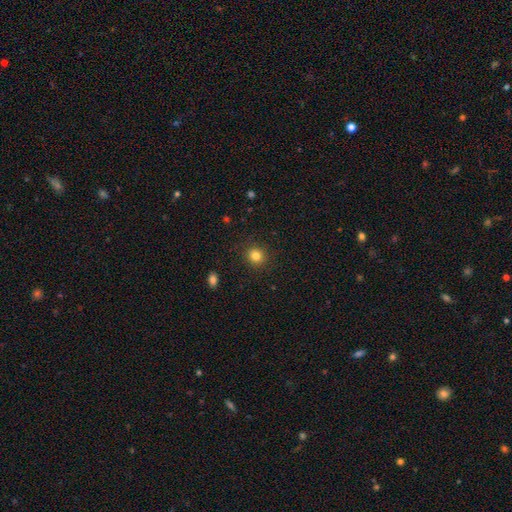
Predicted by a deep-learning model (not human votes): Smooth or featured? Predicted: smooth (p=0.83). How rounded? Predicted: round (p=0.89). Merging? Predicted: none (p=0.90).